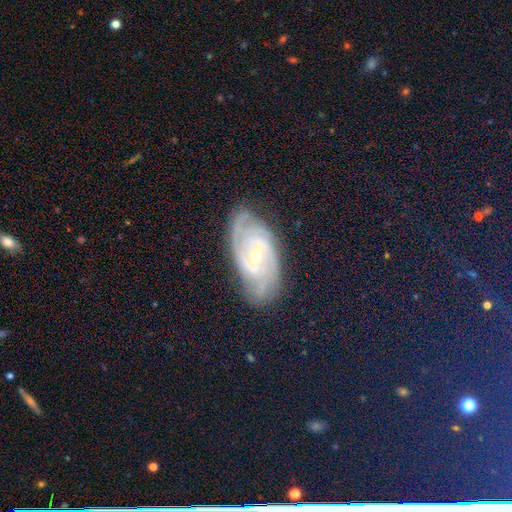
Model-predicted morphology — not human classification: type=featured or disk (85%); edge-on=no (95%); bar=no (45%); spiral arms=yes (98%); winding=tight (68%); arm count=2 (26%, tied with 3); bulge=small (60%); merging=none (78%).